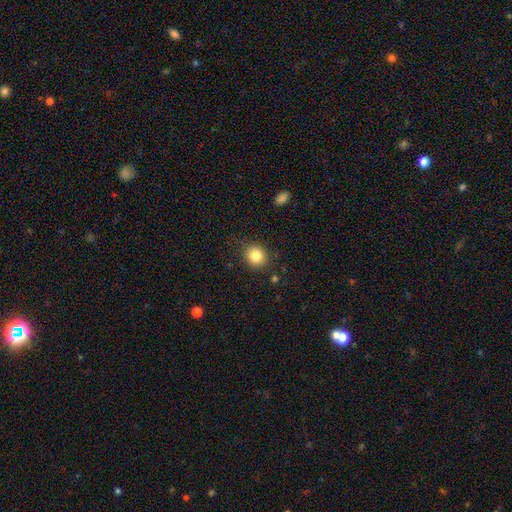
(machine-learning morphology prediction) The model was most divided on "how rounded": round: 72%, in between: 27%, cigar-shaped: 1%. More confident: merging — none (85%); smooth or featured — smooth (83%).